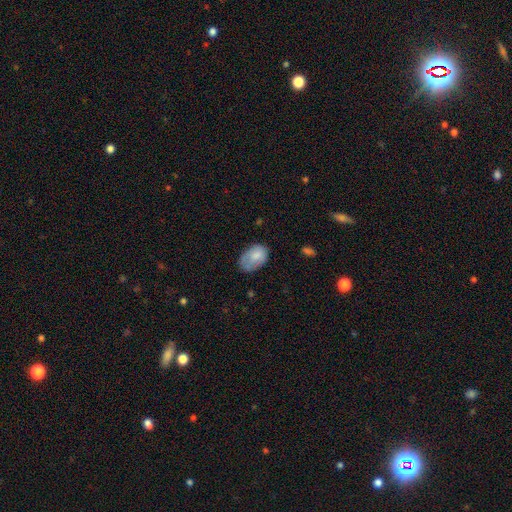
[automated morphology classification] This is likely a smooth galaxy (78%). How rounded: clearly in between (88%). Merging: possibly none (55%).